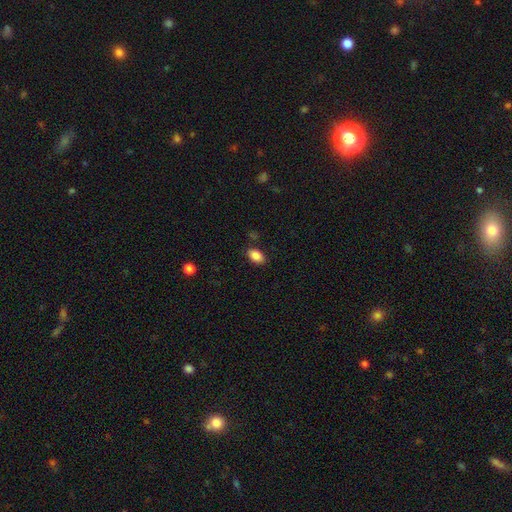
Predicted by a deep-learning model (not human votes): A smooth galaxy with no disk features (87%) that is in between round and cigar-shaped (90%). Merging: none (83%).